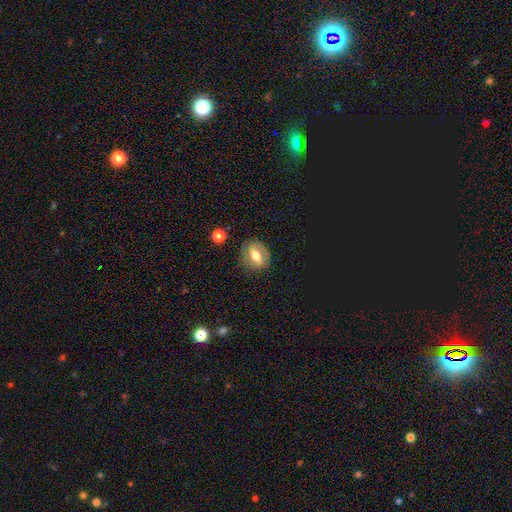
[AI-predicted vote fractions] Smooth or featured? Predicted: smooth (p=0.46). Merging? Predicted: none (p=0.76).